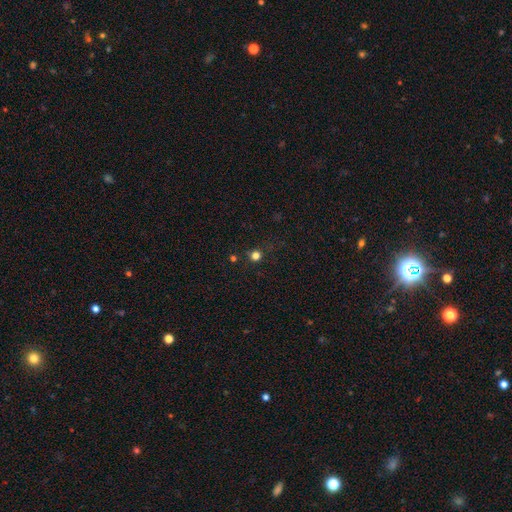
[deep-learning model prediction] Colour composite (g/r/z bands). It shows a smooth galaxy with no disk features (69%) that is round (94%). Merging: none (84%).